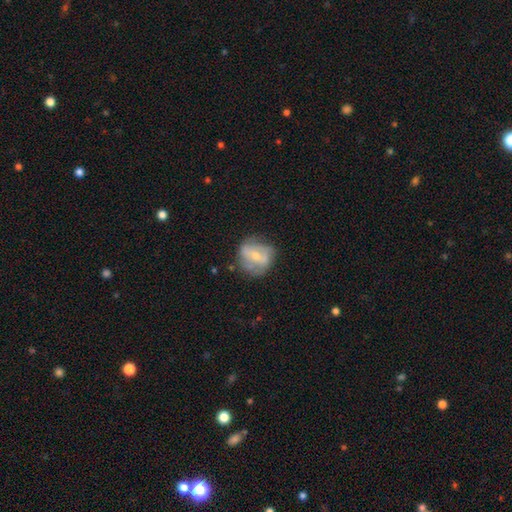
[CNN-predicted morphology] smooth_or_featured: featured or disk (p=0.56) [alt: smooth p=0.36]
disk_edge_on: no (p=0.95) [alt: yes p=0.05]
bar: no (p=0.47) [alt: weak p=0.35]
has_spiral_arms: yes (p=0.54) [alt: no p=0.46]
bulge_size: small (p=0.50) [alt: moderate p=0.45]
merging: none (p=0.63) [alt: minor disturbance p=0.24]